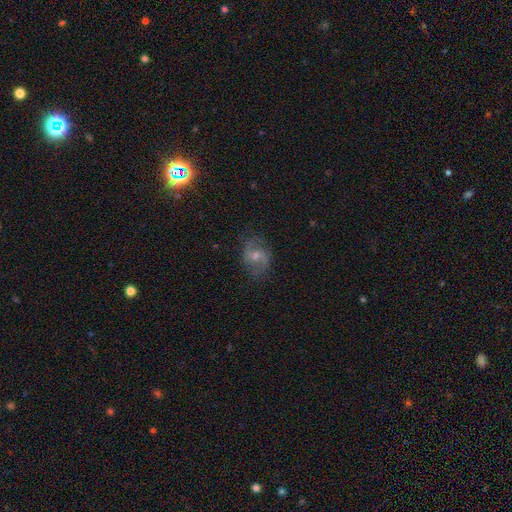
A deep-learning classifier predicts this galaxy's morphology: Smooth or featured: featured or disk — 68% (smooth — 18%)
Edge-on disk: no — 97% (yes — 3%)
Bar: no — 44% (tied with weak — 44%)
Spiral arms: yes — 89% (no — 11%)
Spiral winding: medium — 45% (loose — 39%)
Spiral arm count: 2 — 86% (can't tell — 8%)
Bulge size: moderate — 51% (small — 42%)
Merging: none — 78% (minor disturbance — 15%)